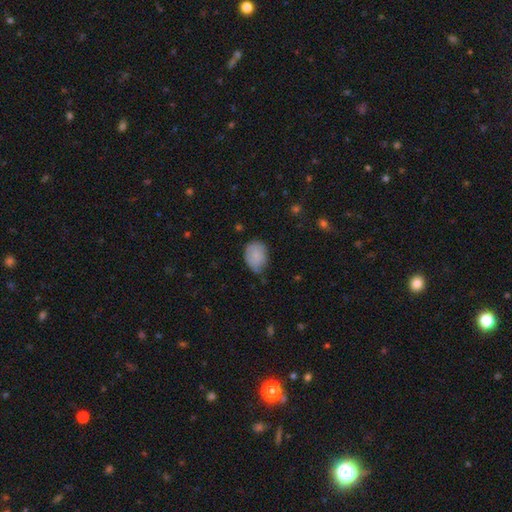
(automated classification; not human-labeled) A smooth galaxy with no disk features (77%) that is in between round and cigar-shaped (67%). Merging: none (52%).